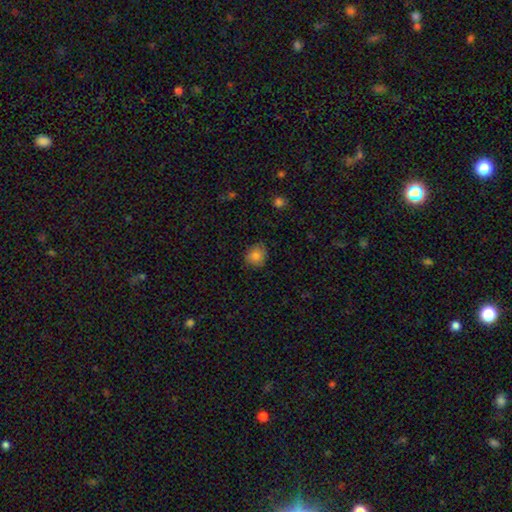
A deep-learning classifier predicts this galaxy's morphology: A smooth galaxy with no disk features (82%) that is round (75%). Merging: none (79%).